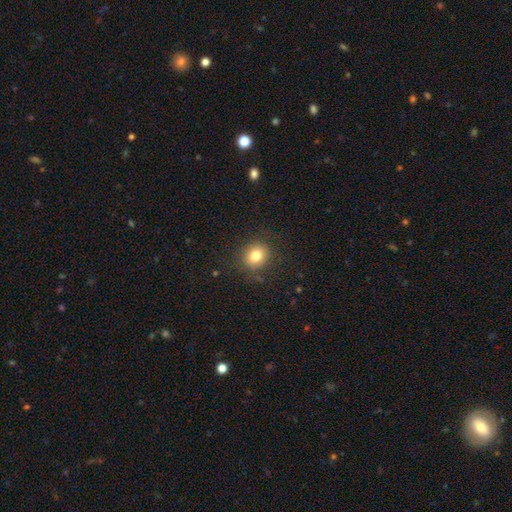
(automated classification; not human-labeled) Q: Smooth or featured?
A: smooth (79%); runner-up: star or artifact (12%)
Q: How rounded?
A: round (79%); runner-up: in between (20%)
Q: Merging?
A: none (85%); runner-up: minor disturbance (10%)